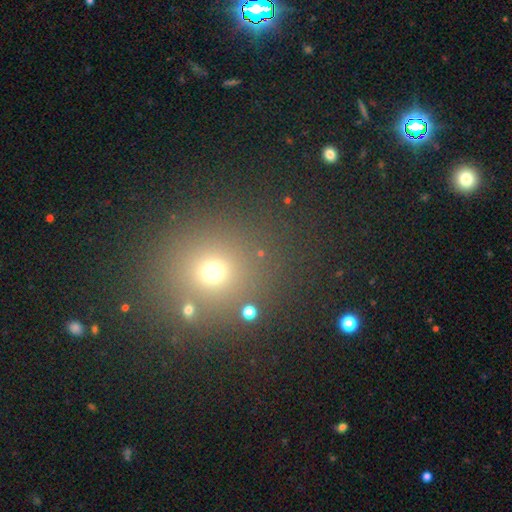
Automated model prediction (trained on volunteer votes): A smooth galaxy with no disk features (56%) that is round (87%).

Vote fractions:
- Smooth or featured? smooth: 56% / star or artifact: 36% / featured or disk: 9%
- How rounded? round: 87% / in between: 12% / cigar-shaped: 1%
- Merging? none: 86% / minor disturbance: 7% / merger: 4% / major disturbance: 3%